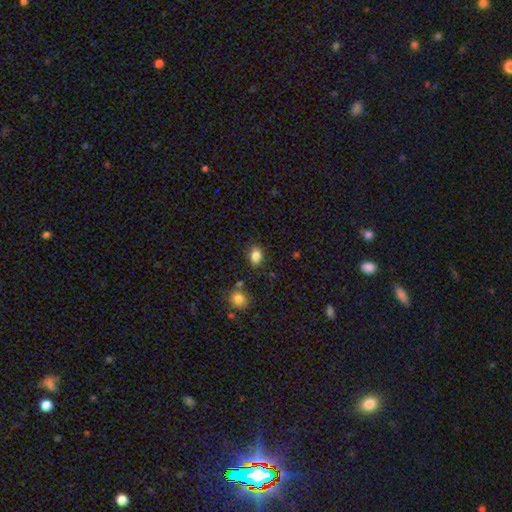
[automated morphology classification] Overall: smooth (84%). How rounded: in between (75%). Merging: none (82%).